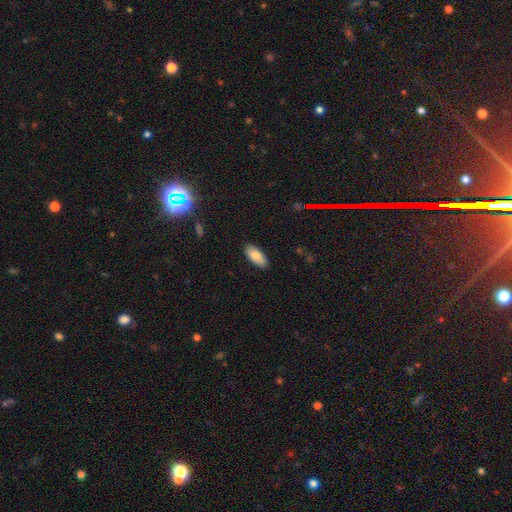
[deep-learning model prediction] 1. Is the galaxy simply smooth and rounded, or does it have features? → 83% smooth, 10% featured or disk, 7% star or artifact.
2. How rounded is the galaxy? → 89% in between, 9% cigar-shaped, 2% round.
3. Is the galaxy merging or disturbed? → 88% none, 9% minor disturbance, 2% major disturbance, 1% merger.